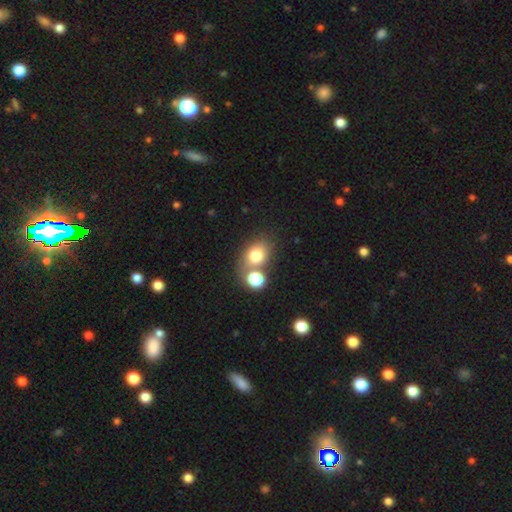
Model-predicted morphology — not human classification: The model was most divided on "how rounded": round: 51%, in between: 48%, cigar-shaped: 1%. Remaining: smooth or featured — smooth (76%); merging — none (49%).